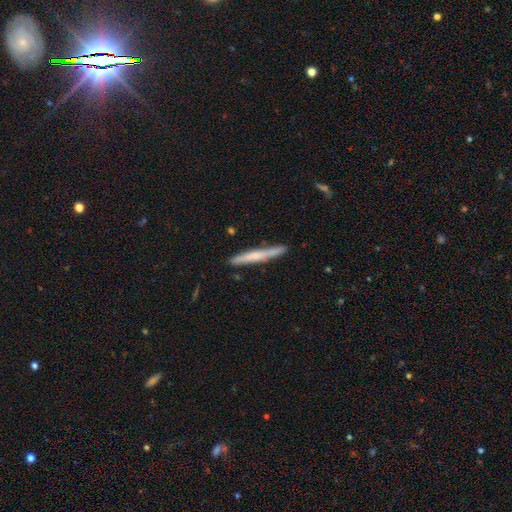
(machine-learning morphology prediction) Smooth or featured? smooth (53%)
How rounded? cigar-shaped (97%)
Merging? none (88%)